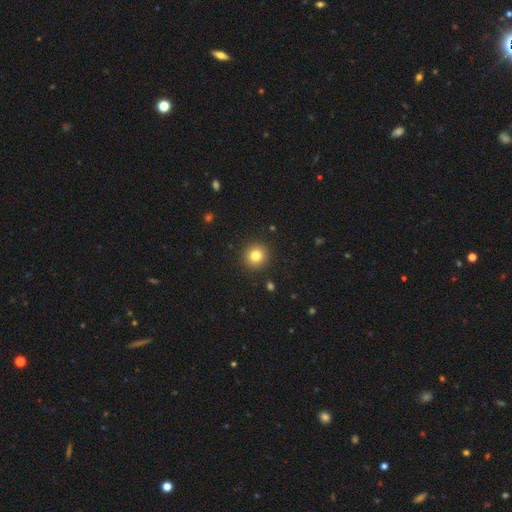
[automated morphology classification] Smooth or featured?
  - smooth: 81% *
  - star or artifact: 12%
  - featured or disk: 7%
How rounded?
  - round: 94% *
  - in between: 5%
  - cigar-shaped: 1%
Merging?
  - none: 92% *
  - minor disturbance: 5%
  - major disturbance: 2%
  - merger: 1%